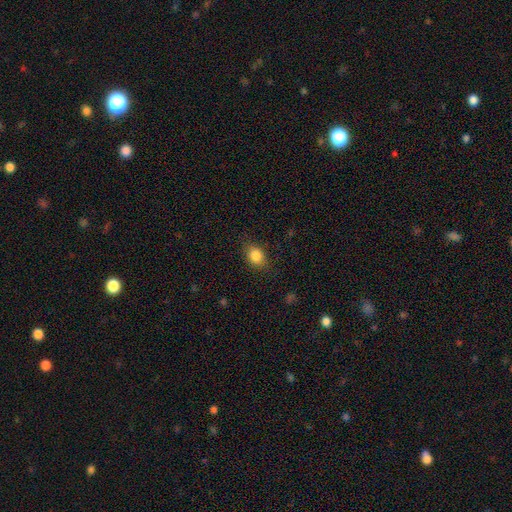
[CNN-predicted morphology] smooth-or-featured: smooth: 84% | star or artifact: 9% | featured or disk: 6%
  how-rounded: in between: 64% | round: 34% | cigar-shaped: 2%
  merging: none: 83% | minor disturbance: 13% | major disturbance: 3% | merger: 1%